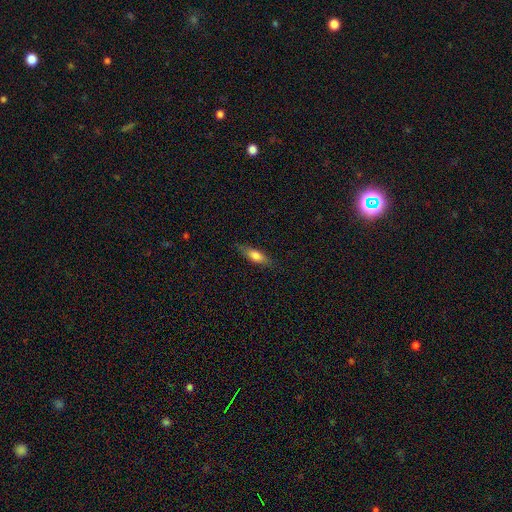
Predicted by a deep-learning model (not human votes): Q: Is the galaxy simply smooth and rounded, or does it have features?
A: smooth — 71%.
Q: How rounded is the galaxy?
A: in between — 52%.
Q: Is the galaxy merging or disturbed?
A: none — 82%.